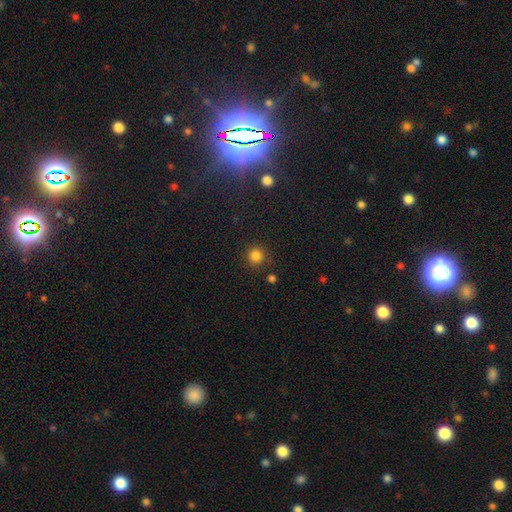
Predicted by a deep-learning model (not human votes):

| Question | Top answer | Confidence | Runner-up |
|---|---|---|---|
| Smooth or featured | smooth | 83% | star or artifact (13%) |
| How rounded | round | 93% | in between (6%) |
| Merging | none | 87% | minor disturbance (7%) |